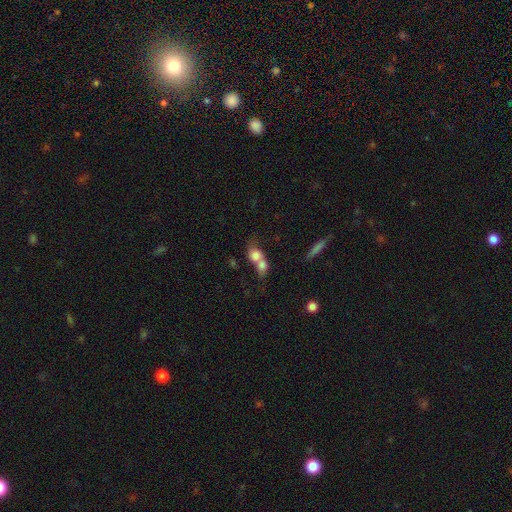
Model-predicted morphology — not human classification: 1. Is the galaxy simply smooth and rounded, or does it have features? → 71% smooth, 20% featured or disk, 9% star or artifact.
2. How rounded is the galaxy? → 58% round, 38% in between, 4% cigar-shaped.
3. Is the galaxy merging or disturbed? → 75% merger, 14% none, 6% major disturbance, 5% minor disturbance.